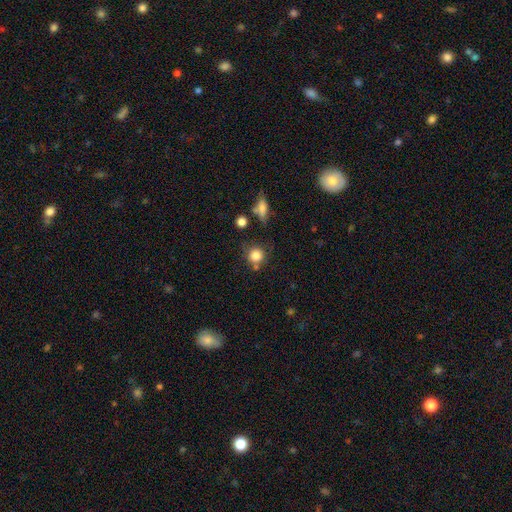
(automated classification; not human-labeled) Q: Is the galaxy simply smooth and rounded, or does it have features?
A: smooth — 82%.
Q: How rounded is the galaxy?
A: round — 90%.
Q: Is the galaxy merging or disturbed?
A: none — 69%.